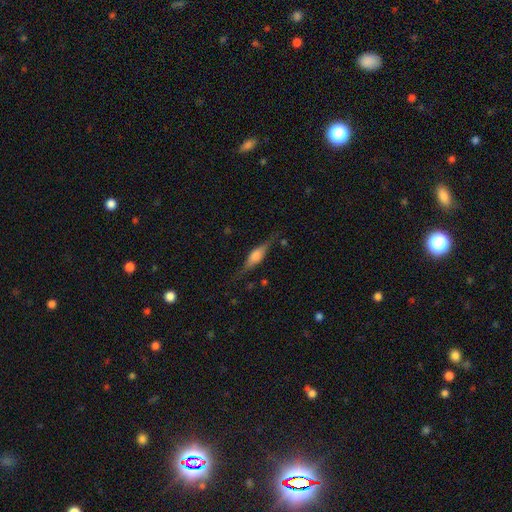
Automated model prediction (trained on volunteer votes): Smooth or featured? featured or disk (62%)
Edge-on disk? yes (95%)
Edge-on bulge? rounded (79%)
Merging? none (77%)